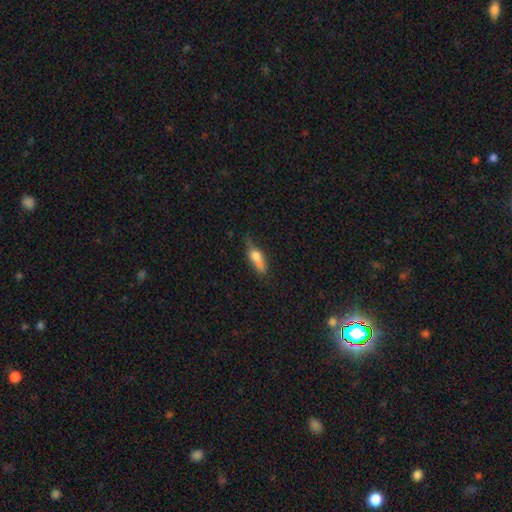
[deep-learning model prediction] A smooth galaxy with no disk features (59%) that is cigar-shaped (53%). Merging: none (55%).